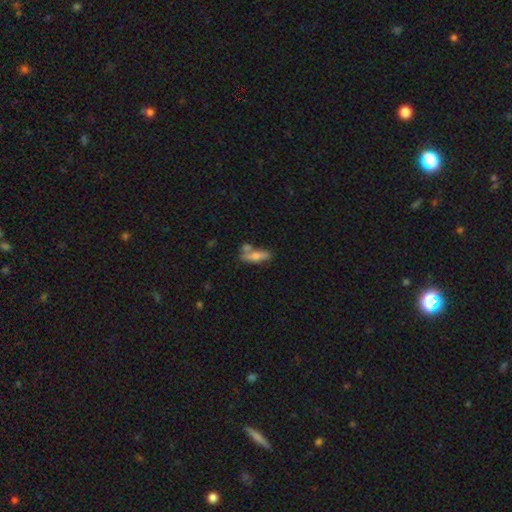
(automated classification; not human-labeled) smooth 56%, featured or disk 36%, star or artifact 8%. Down the decision tree: how rounded — in between (48%, tied with cigar-shaped); merging — none (50%).